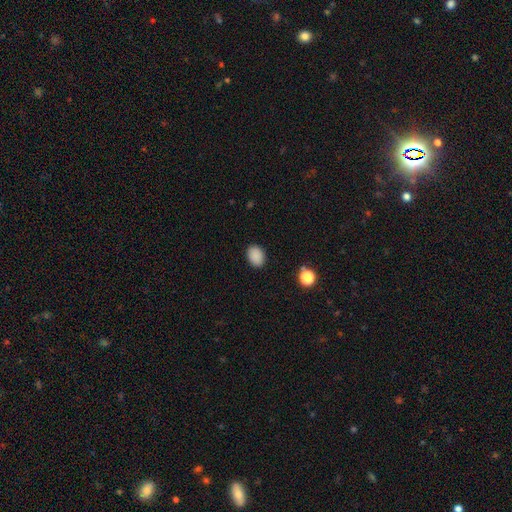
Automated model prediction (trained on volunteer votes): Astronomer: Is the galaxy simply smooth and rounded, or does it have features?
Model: smooth — 87%.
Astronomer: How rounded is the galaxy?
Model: in between — 75%.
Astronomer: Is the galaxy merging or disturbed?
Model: none — 88%.